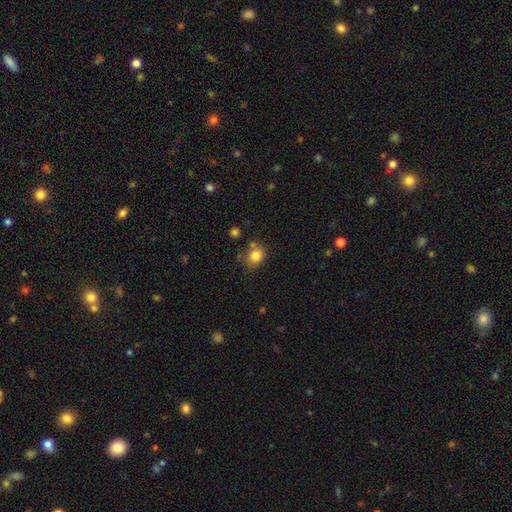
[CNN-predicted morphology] A smooth galaxy with no disk features (83%) that is round (58%). Merging: none (68%).